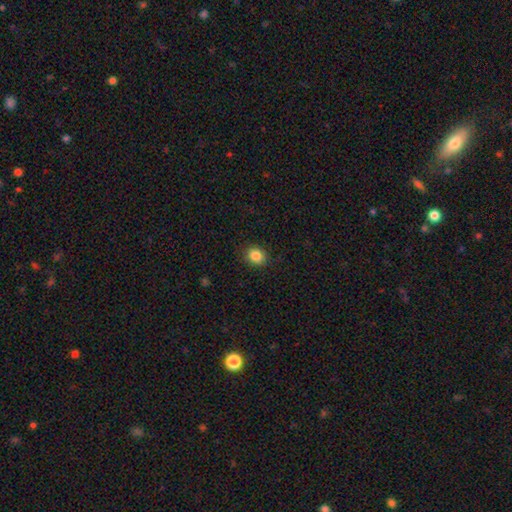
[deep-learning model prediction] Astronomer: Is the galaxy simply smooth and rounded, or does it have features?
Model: smooth — 85%.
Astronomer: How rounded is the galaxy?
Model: round — 71%.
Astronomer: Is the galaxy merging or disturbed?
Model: none — 90%.